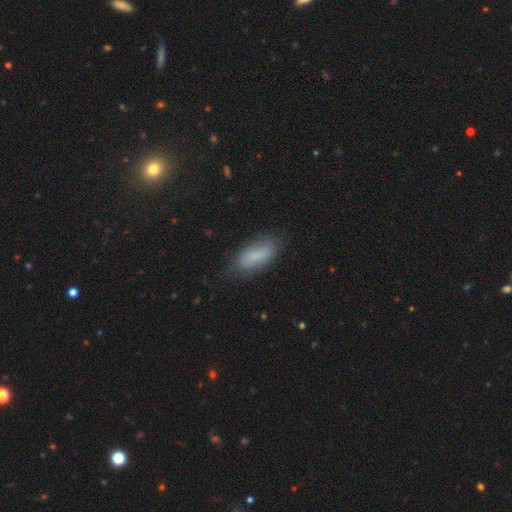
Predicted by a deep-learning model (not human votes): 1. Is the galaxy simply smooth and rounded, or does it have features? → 80% smooth, 12% featured or disk, 8% star or artifact.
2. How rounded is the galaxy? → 80% in between, 18% cigar-shaped, 2% round.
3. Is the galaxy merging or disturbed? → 71% none, 21% minor disturbance, 6% major disturbance, 2% merger.